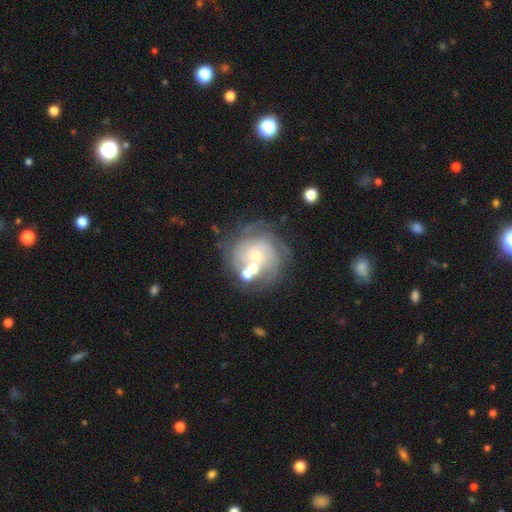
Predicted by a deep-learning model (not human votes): Q: Smooth or featured?
A: featured or disk (71%); runner-up: smooth (19%)
Q: Edge-on disk?
A: no (98%); runner-up: yes (2%)
Q: Bar?
A: no (78%); runner-up: weak (18%)
Q: Spiral arms?
A: yes (82%); runner-up: no (18%)
Q: Spiral winding?
A: tight (63%); runner-up: medium (27%)
Q: Spiral arm count?
A: can't tell (41%); runner-up: 3 (19%)
Q: Bulge size?
A: small (55%); runner-up: moderate (33%)
Q: Merging?
A: none (54%); runner-up: minor disturbance (18%)